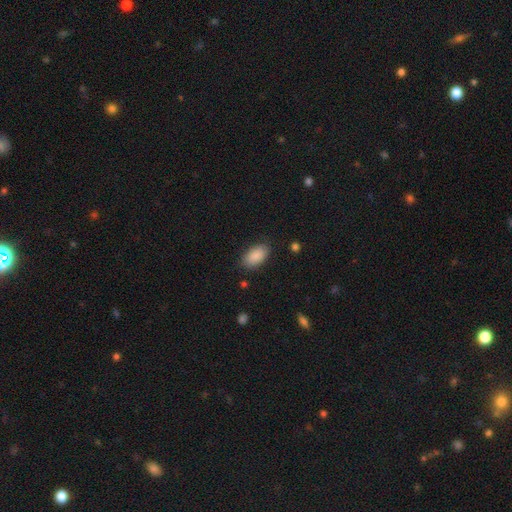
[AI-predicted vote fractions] This appears to be a smooth galaxy with no disk features (89%) that is in between round and cigar-shaped (93%). Merging: none (83%).